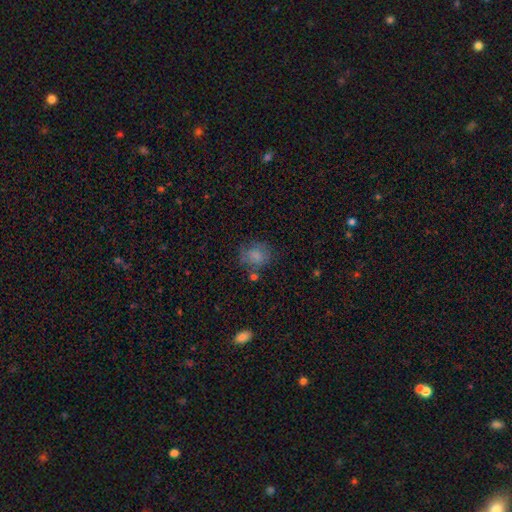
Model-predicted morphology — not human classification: smooth 75%, featured or disk 14%, star or artifact 11%. Down the decision tree: how rounded — round (63%); merging — none (62%).